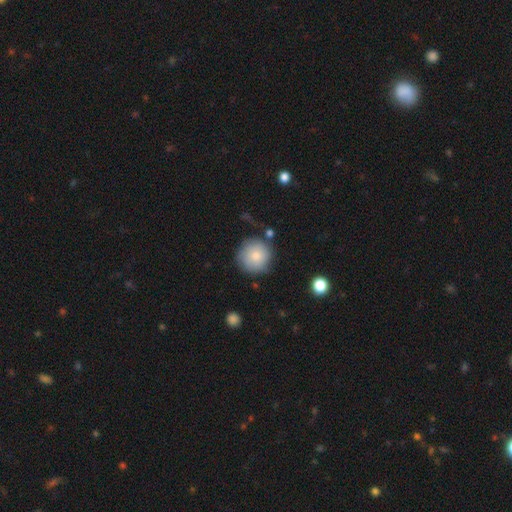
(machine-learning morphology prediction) Overall: smooth (81%). How rounded: round (95%). Merging: none (77%).